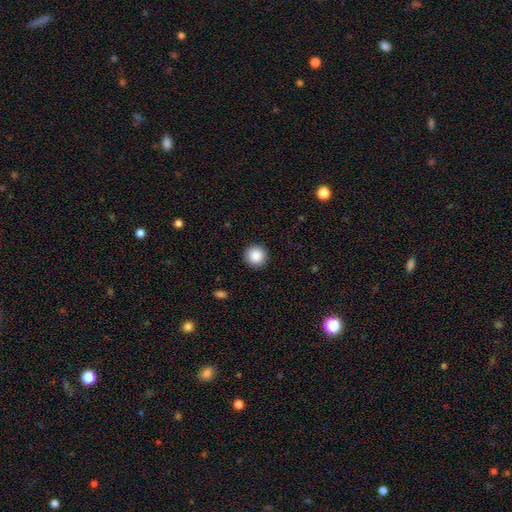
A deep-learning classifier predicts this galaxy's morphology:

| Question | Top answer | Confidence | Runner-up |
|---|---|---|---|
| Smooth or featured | smooth | 88% | star or artifact (8%) |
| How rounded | round | 95% | in between (4%) |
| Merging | none | 92% | minor disturbance (5%) |